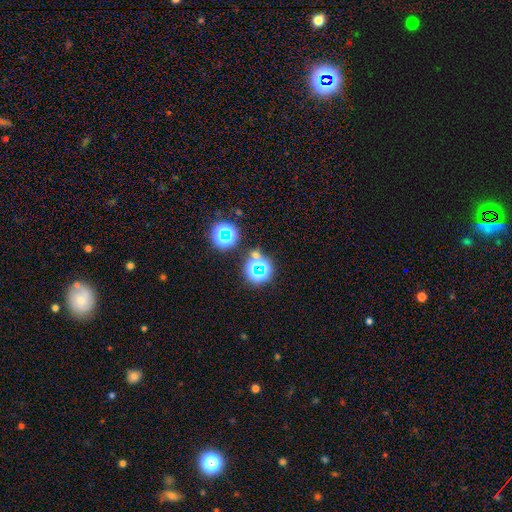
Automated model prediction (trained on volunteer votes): Smooth or featured? Predicted: star or artifact (p=0.63).